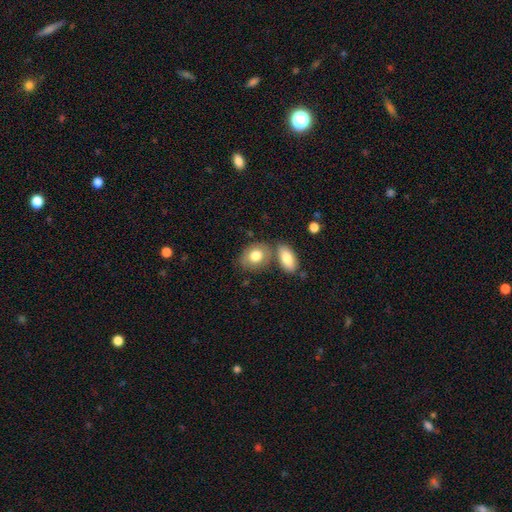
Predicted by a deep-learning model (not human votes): Overall: smooth (78%). How rounded: in between (71%). Merging: none (53%; merger 28%).